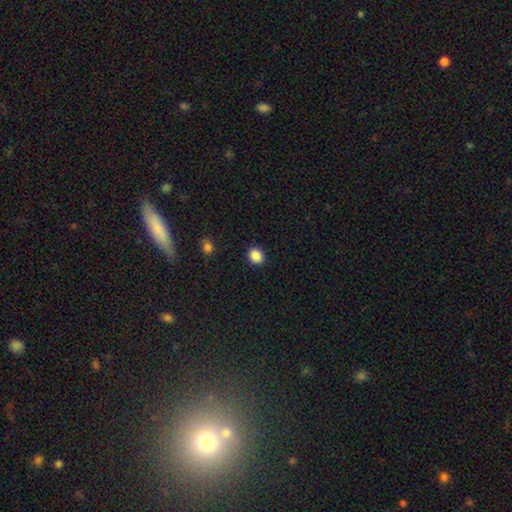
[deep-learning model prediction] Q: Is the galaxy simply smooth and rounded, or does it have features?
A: smooth — 88%.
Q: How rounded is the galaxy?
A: round — 65%.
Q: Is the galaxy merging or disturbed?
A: none — 90%.